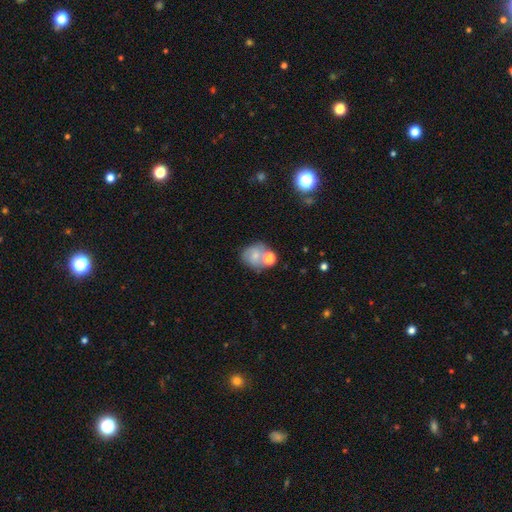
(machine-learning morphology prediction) type=smooth (63%); roundness=round (70%); merging=none (43%).